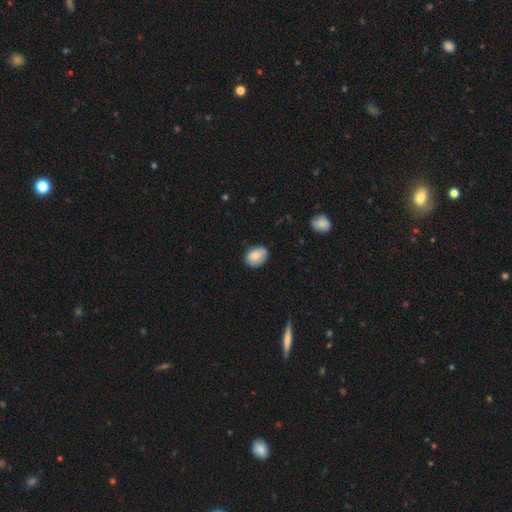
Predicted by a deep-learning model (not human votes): smooth 83%, featured or disk 10%, star or artifact 7%. Down the decision tree: how rounded — in between (68%); merging — none (73%).